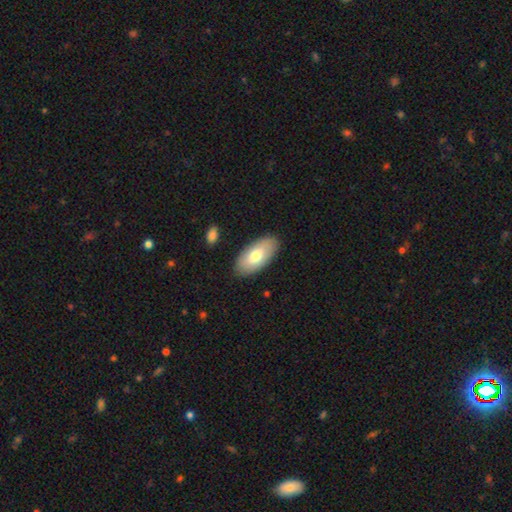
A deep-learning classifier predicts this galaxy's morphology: smooth_or_featured: smooth (p=0.71) [alt: featured or disk p=0.23]
how_rounded: in between (p=0.93) [alt: cigar-shaped p=0.05]
merging: none (p=0.87) [alt: minor disturbance p=0.10]